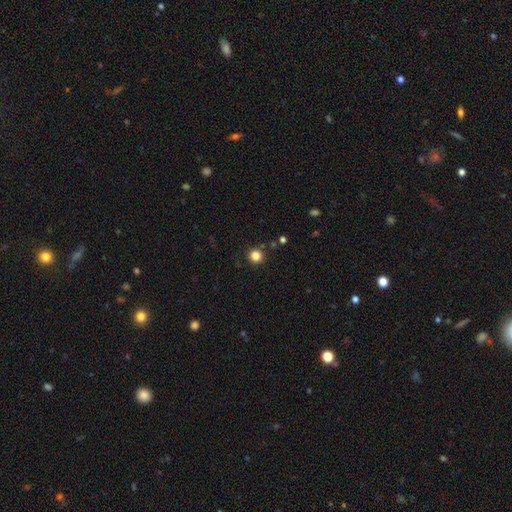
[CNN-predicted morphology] Smooth or featured?
  - smooth: 83% *
  - star or artifact: 13%
  - featured or disk: 4%
How rounded?
  - round: 94% *
  - in between: 5%
  - cigar-shaped: 1%
Merging?
  - none: 90% *
  - minor disturbance: 6%
  - merger: 2%
  - major disturbance: 2%